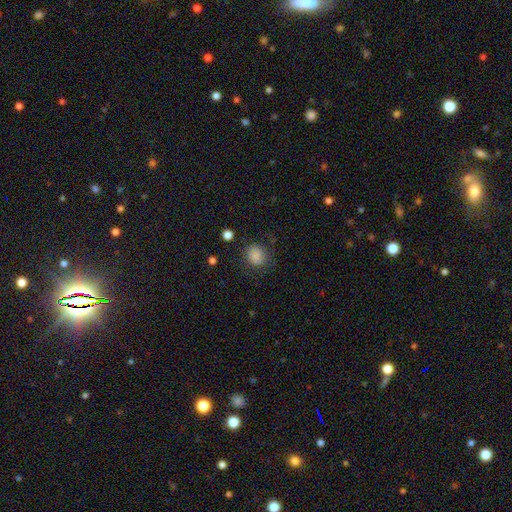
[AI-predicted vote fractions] smooth-or-featured: smooth: 85% | star or artifact: 10% | featured or disk: 4%
  how-rounded: round: 74% | in between: 25% | cigar-shaped: 1%
  merging: none: 79% | minor disturbance: 14% | major disturbance: 6% | merger: 2%